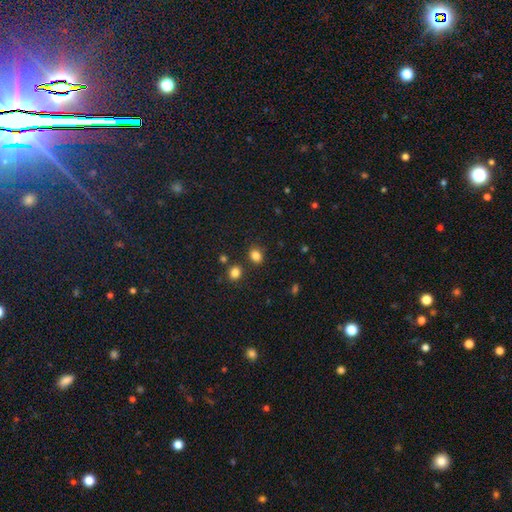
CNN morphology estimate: Smooth or featured? Predicted: smooth (p=0.83). How rounded? Predicted: round (p=0.57). Merging? Predicted: none (p=0.82).